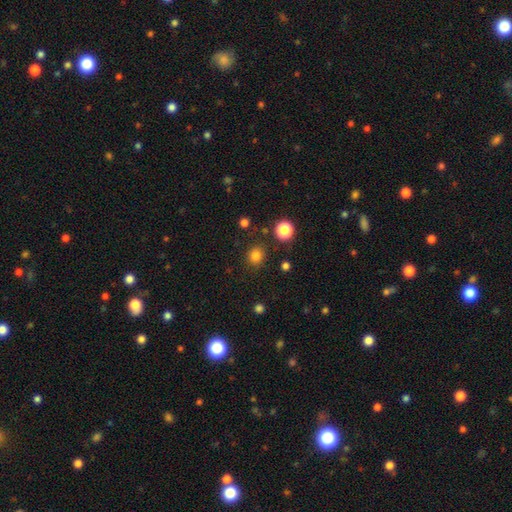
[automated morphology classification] A smooth galaxy with no disk features (81%) that is round (82%).

Vote fractions:
- Smooth or featured? smooth: 81% / star or artifact: 15% / featured or disk: 4%
- How rounded? round: 82% / in between: 17% / cigar-shaped: 1%
- Merging? none: 86% / minor disturbance: 8% / major disturbance: 3% / merger: 3%